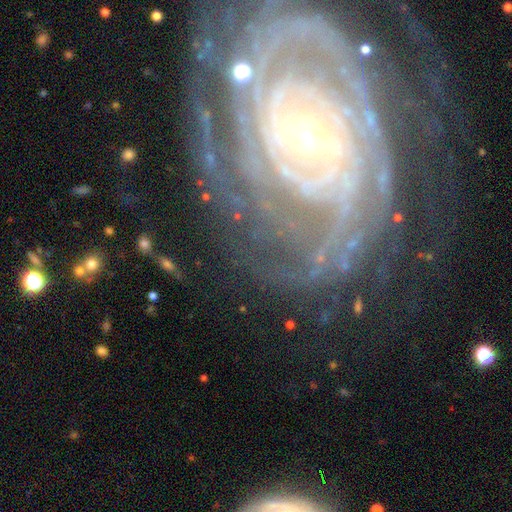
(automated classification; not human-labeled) smooth_or_featured: featured or disk (p=0.90) [alt: star or artifact p=0.06]
disk_edge_on: no (p=0.97) [alt: yes p=0.03]
bar: no (p=0.48) [alt: weak p=0.31]
has_spiral_arms: yes (p=0.97) [alt: no p=0.03]
spiral_winding: tight (p=0.80) [alt: medium p=0.16]
spiral_arm_count: can't tell (p=0.27) [alt: 4 p=0.18]
bulge_size: small (p=0.64) [alt: moderate p=0.31]
merging: none (p=0.68) [alt: minor disturbance p=0.17]